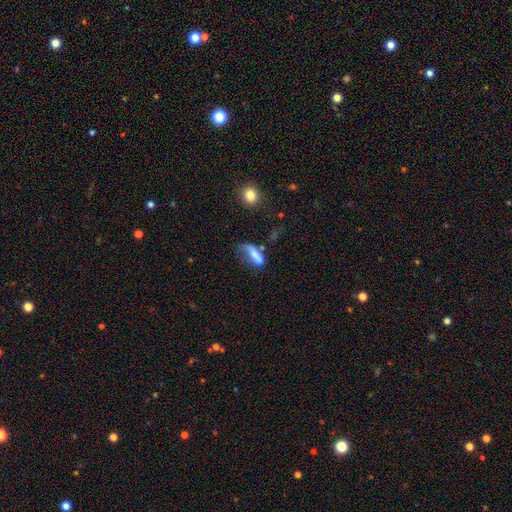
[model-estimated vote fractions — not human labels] Smooth or featured: smooth — 60% (featured or disk — 30%)
How rounded: in between — 61% (cigar-shaped — 33%)
Merging: major disturbance — 37% (none — 25%)